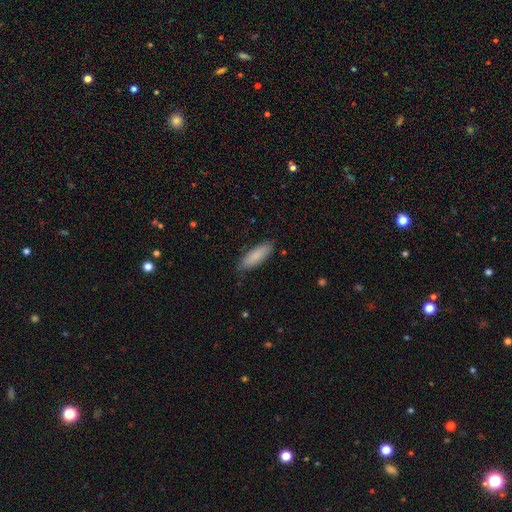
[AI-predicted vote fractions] smooth 86%, featured or disk 8%, star or artifact 6%. Down the decision tree: how rounded — in between (50%); merging — none (85%).